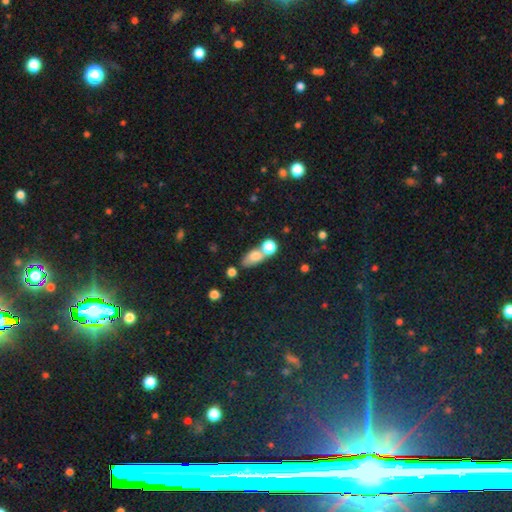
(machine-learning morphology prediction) smooth 74%, featured or disk 15%, star or artifact 11%. Down the decision tree: how rounded — in between (72%); merging — merger (43%).